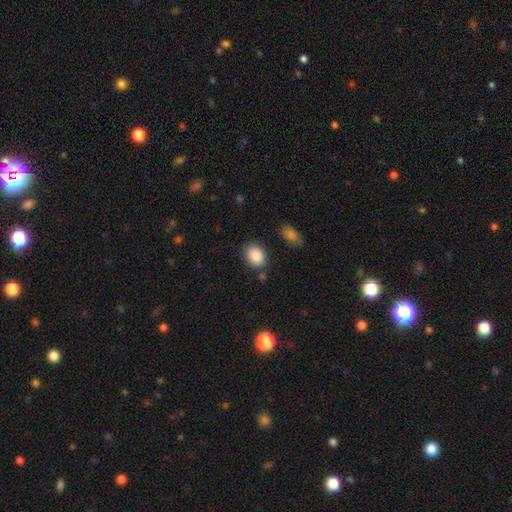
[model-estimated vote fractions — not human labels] Smooth or featured: smooth — 89% (star or artifact — 7%)
How rounded: in between — 67% (round — 32%)
Merging: none — 79% (minor disturbance — 13%)